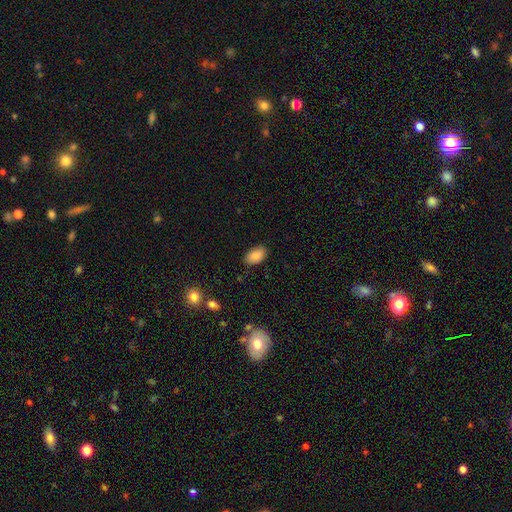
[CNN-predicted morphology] Smooth or featured? Predicted: smooth (p=0.86). How rounded? Predicted: in between (p=0.93). Merging? Predicted: none (p=0.86).